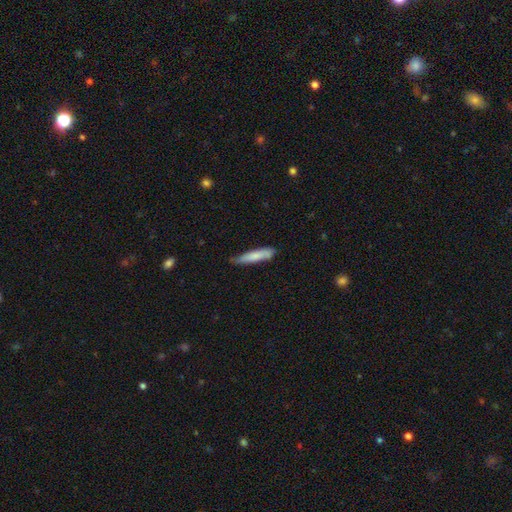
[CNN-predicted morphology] smooth_or_featured: smooth (p=0.78) [alt: featured or disk p=0.16]
how_rounded: cigar-shaped (p=0.88) [alt: in between p=0.11]
merging: none (p=0.69) [alt: minor disturbance p=0.25]